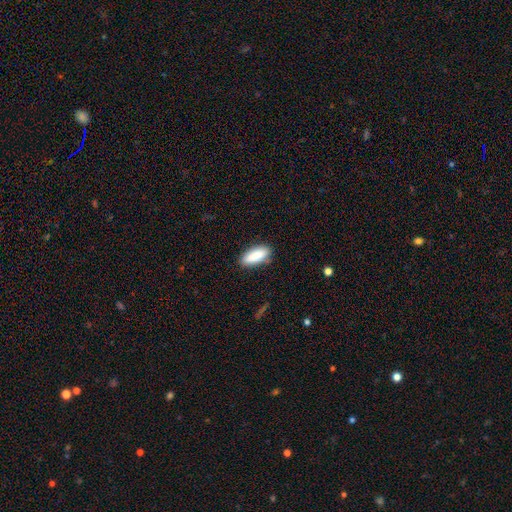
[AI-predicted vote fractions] Smooth or featured: smooth — 88% (star or artifact — 6%)
How rounded: in between — 76% (cigar-shaped — 22%)
Merging: none — 82% (minor disturbance — 13%)